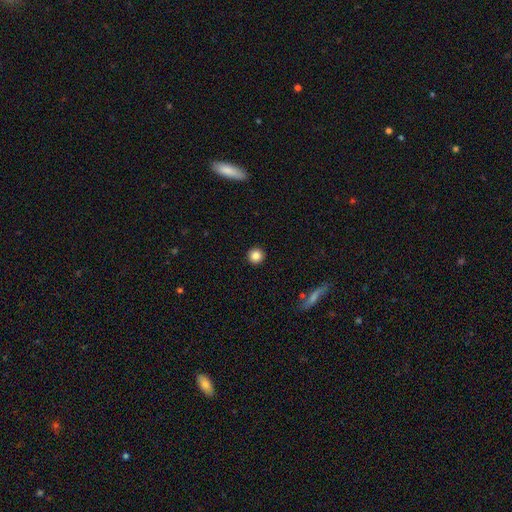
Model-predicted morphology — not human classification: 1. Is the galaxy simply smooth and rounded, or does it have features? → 84% smooth, 10% star or artifact, 5% featured or disk.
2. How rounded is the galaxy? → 95% round, 4% in between, 1% cigar-shaped.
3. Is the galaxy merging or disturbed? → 93% none, 4% minor disturbance, 1% major disturbance, 1% merger.